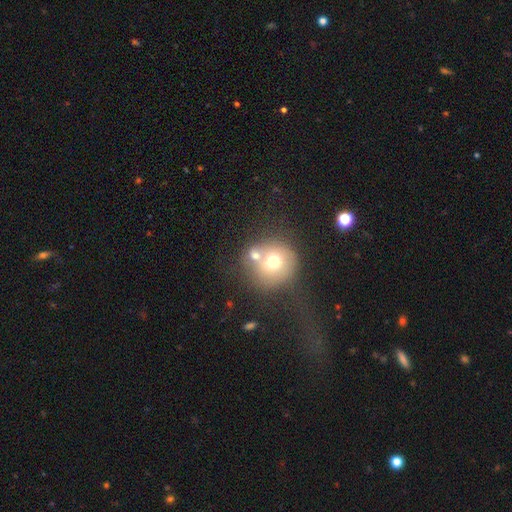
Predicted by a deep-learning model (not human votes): The model was most divided on "merging": merger: 43%, none: 39%, minor disturbance: 11%, major disturbance: 7%. More confident: how rounded — round (86%); smooth or featured — smooth (65%).